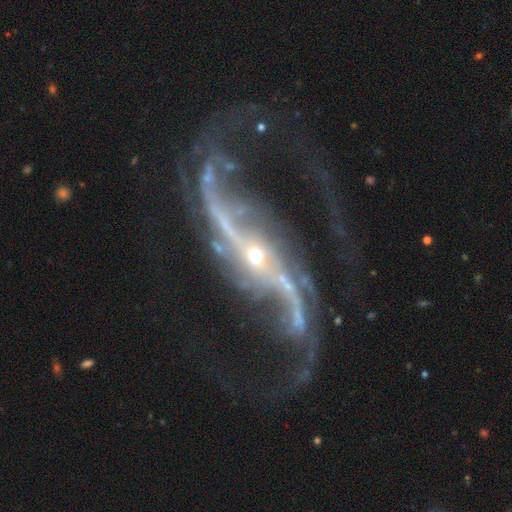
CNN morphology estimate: Smooth or featured?
  - featured or disk: 93% *
  - star or artifact: 5%
  - smooth: 2%
Edge-on disk?
  - no: 95% *
  - yes: 5%
Bar?
  - strong: 53% *
  - no: 25%
  - weak: 22%
Spiral arms?
  - yes: 98% *
  - no: 2%
Spiral winding?
  - loose: 75% *
  - medium: 18%
  - tight: 6%
Spiral arm count?
  - 2: 91% *
  - can't tell: 2%
  - 3: 2%
  - 1: 2%
  - 4: 2%
  - more than 4: 2%
Bulge size?
  - small: 82% *
  - moderate: 14%
  - none: 2%
  - large: 1%
  - dominant: 1%
Merging?
  - none: 59% *
  - major disturbance: 21%
  - minor disturbance: 15%
  - merger: 5%